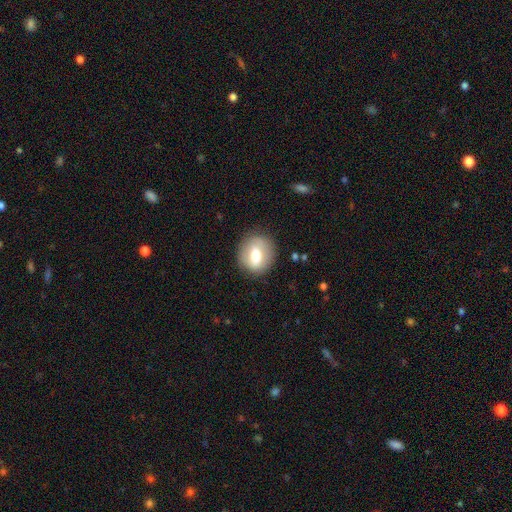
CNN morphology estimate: Smooth or featured? smooth (63%)
How rounded? round (69%)
Merging? none (83%)